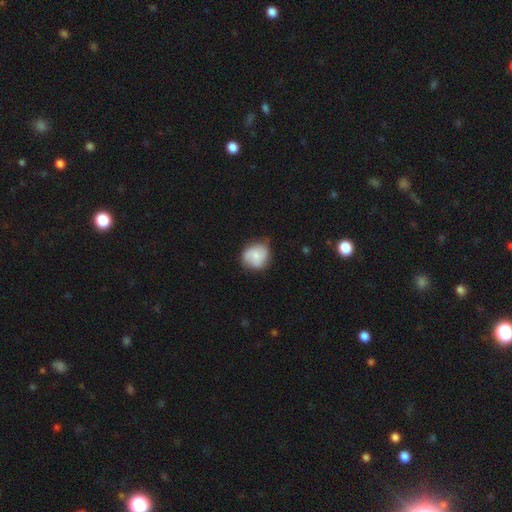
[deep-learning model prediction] A smooth galaxy with no disk features (66%) that is round (80%). Merging: none (68%).